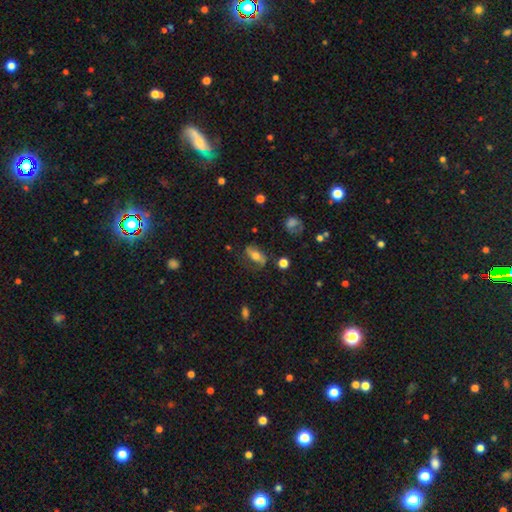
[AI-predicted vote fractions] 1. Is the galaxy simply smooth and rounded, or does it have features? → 55% smooth, 36% featured or disk, 9% star or artifact.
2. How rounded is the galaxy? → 75% in between, 18% cigar-shaped, 7% round.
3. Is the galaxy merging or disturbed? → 62% none, 22% minor disturbance, 13% major disturbance, 3% merger.